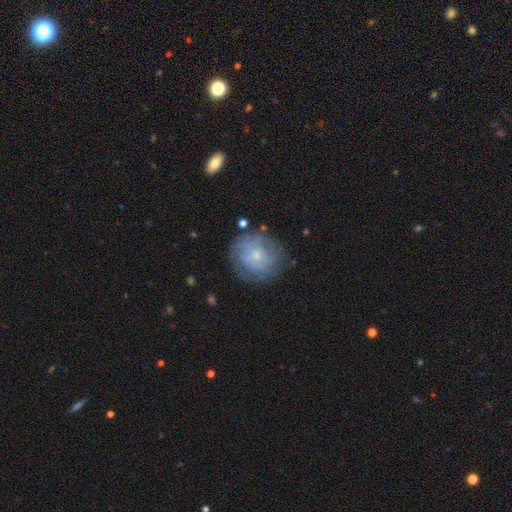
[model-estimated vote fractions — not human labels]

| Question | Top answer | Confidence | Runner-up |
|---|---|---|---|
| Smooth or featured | featured or disk | 57% | smooth (34%) |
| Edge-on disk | no | 97% | yes (3%) |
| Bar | no | 81% | weak (16%) |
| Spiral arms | yes | 70% | no (30%) |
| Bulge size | small | 73% | moderate (20%) |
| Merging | none | 73% | minor disturbance (17%) |